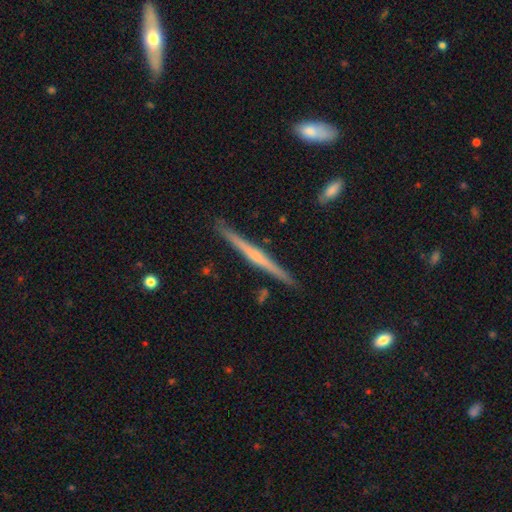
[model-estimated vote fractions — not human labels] smooth_or_featured: featured or disk (p=0.70) [alt: smooth p=0.25]
disk_edge_on: yes (p=0.98) [alt: no p=0.02]
edge_on_bulge: rounded (p=0.47) [alt: none p=0.44]
merging: none (p=0.91) [alt: minor disturbance p=0.07]